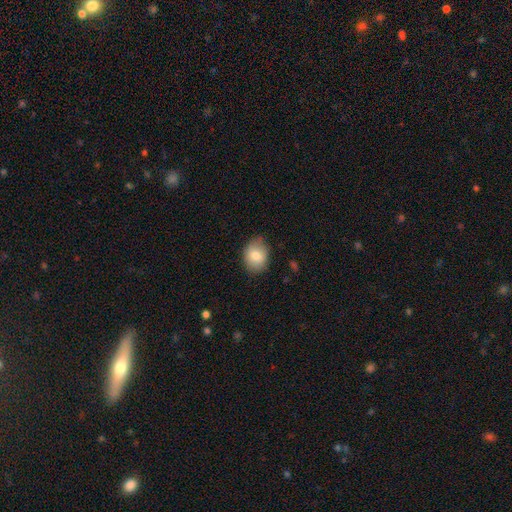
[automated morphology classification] smooth_or_featured: smooth (p=0.80) [alt: featured or disk p=0.12]
how_rounded: in between (p=0.60) [alt: round p=0.39]
merging: none (p=0.78) [alt: minor disturbance p=0.17]